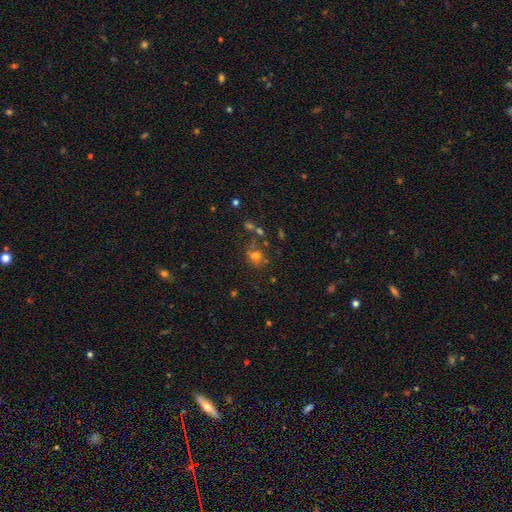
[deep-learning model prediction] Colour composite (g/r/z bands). It shows a smooth galaxy with no disk features (53%) that is round (71%). Merging: none (52%).